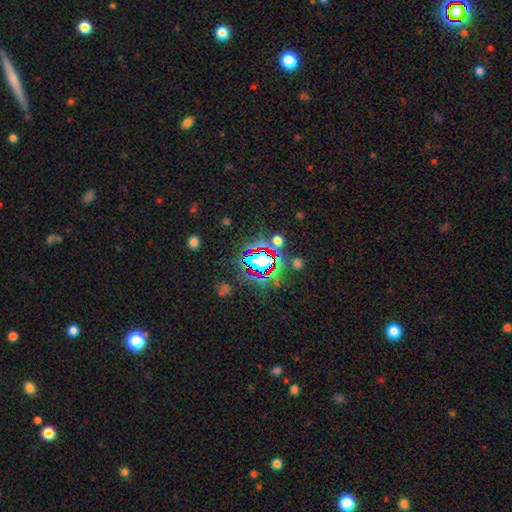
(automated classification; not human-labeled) Morphology: type=star or artifact (67%).